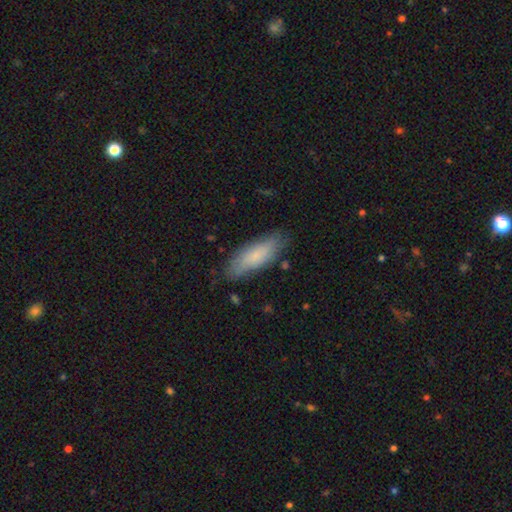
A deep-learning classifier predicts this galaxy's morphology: type=smooth (76%); roundness=in between (60%); merging=none (77%).